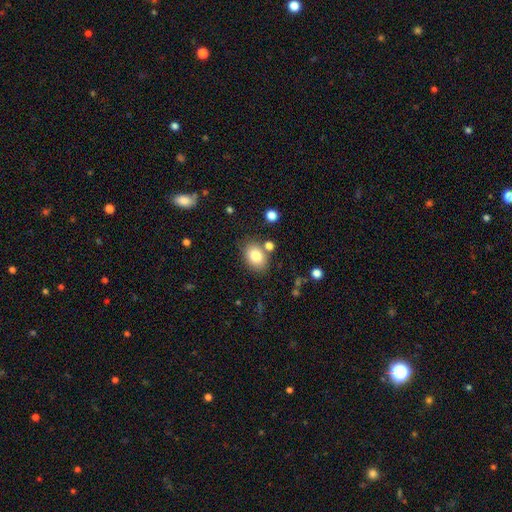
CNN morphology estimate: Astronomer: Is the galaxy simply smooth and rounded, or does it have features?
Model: smooth — 81%.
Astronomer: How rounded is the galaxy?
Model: in between — 71%.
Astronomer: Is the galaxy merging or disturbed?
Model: none — 76%.